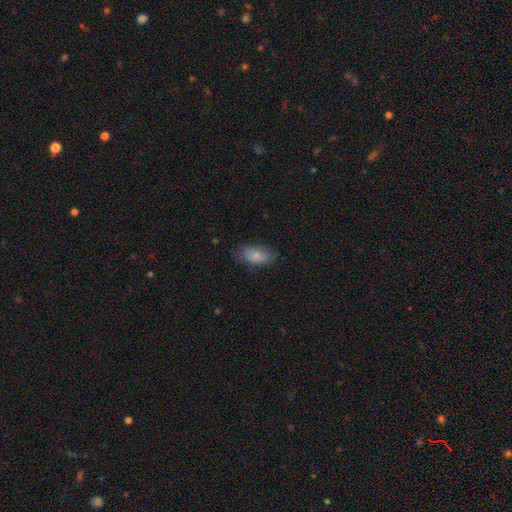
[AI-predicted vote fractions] Smooth or featured? smooth (78%)
How rounded? in between (92%)
Merging? none (71%)